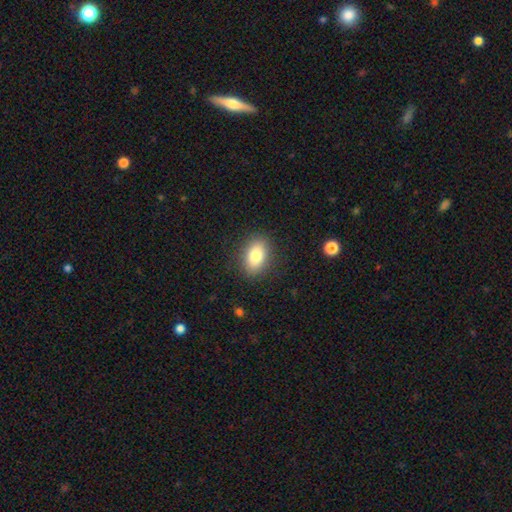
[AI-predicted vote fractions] A smooth galaxy with no disk features (82%) that is in between round and cigar-shaped (86%).

Vote fractions:
- Smooth or featured? smooth: 82% / featured or disk: 10% / star or artifact: 8%
- How rounded? in between: 86% / round: 12% / cigar-shaped: 2%
- Merging? none: 87% / minor disturbance: 9% / major disturbance: 3% / merger: 1%